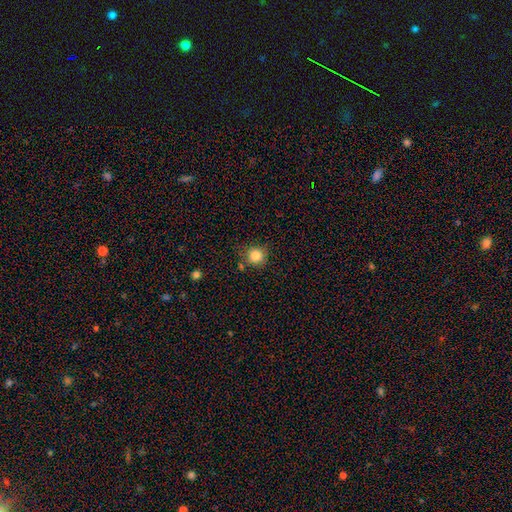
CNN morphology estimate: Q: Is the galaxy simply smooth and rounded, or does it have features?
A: smooth — 83%.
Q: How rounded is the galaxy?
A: round — 92%.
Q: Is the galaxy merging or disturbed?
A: none — 78%.